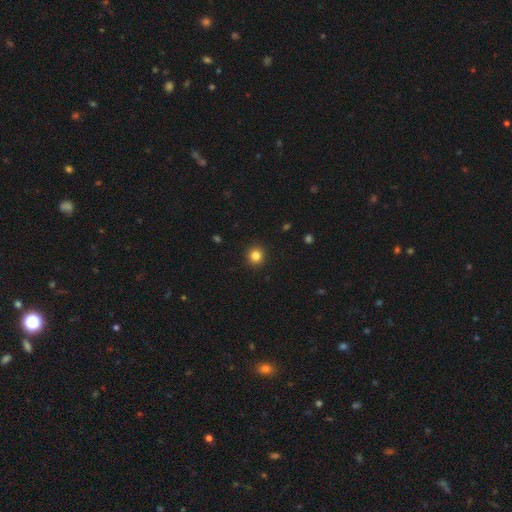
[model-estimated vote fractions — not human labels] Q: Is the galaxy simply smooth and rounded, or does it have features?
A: smooth — 84%.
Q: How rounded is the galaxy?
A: round — 93%.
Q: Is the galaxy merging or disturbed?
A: none — 93%.